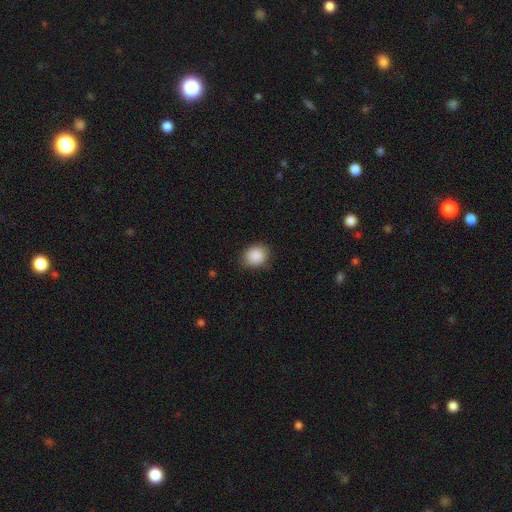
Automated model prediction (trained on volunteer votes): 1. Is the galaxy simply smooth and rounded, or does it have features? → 89% smooth, 8% star or artifact, 3% featured or disk.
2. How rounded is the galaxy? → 61% round, 38% in between, 1% cigar-shaped.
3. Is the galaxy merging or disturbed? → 84% none, 12% minor disturbance, 3% major disturbance, 1% merger.